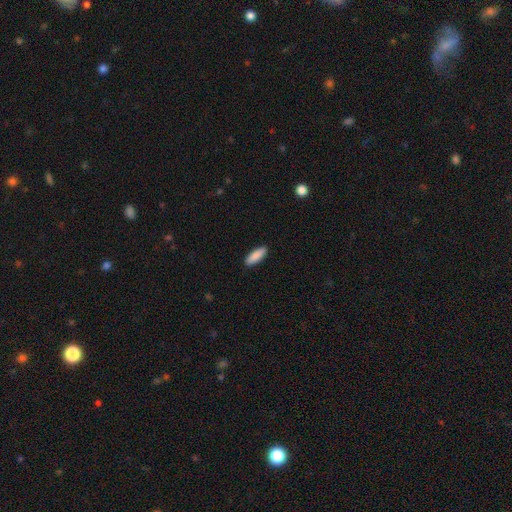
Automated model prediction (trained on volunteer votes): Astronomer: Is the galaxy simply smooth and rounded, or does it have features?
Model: smooth — 89%.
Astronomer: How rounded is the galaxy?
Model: in between — 59% (runner-up: cigar-shaped, 40%).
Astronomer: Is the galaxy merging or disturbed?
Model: none — 91%.